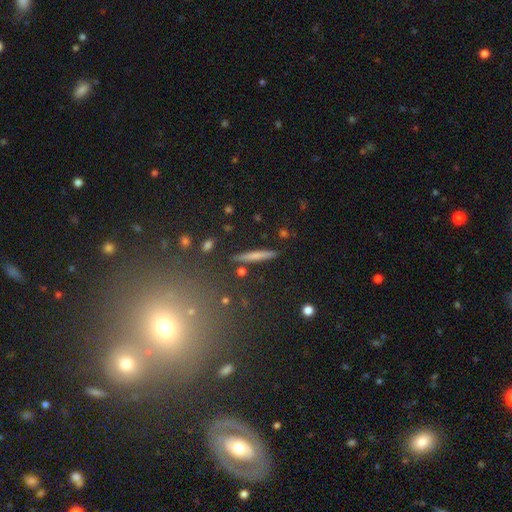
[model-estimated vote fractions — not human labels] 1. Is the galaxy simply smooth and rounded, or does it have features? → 60% smooth, 32% featured or disk, 8% star or artifact.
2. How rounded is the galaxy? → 92% cigar-shaped, 5% in between, 2% round.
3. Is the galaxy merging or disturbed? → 88% none, 8% minor disturbance, 3% merger, 2% major disturbance.